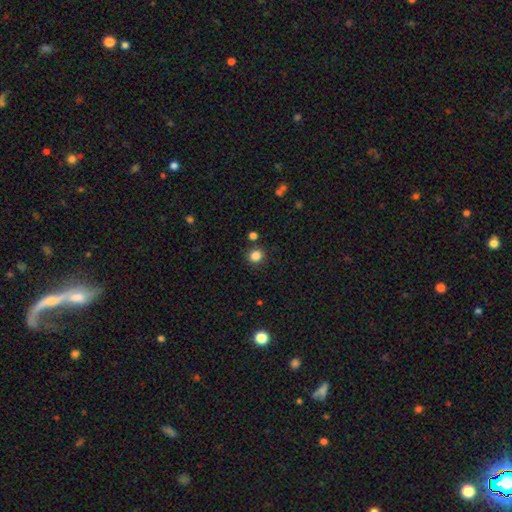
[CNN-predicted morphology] This is clearly a smooth galaxy (84%). How rounded: clearly round (86%). Merging: clearly none (85%).